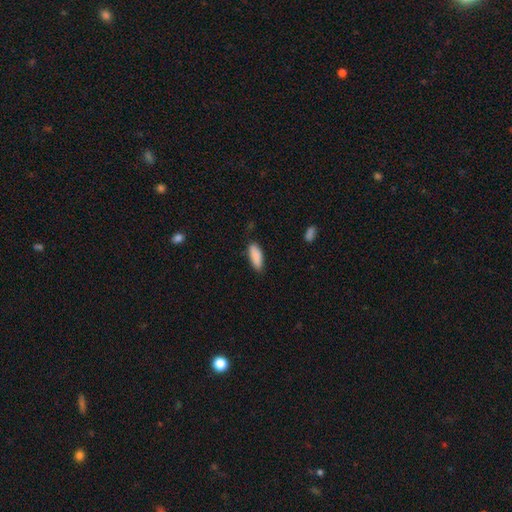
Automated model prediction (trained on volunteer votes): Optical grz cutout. It shows a smooth galaxy with no disk features (89%) that is in between round and cigar-shaped (70%). Merging: none (80%).